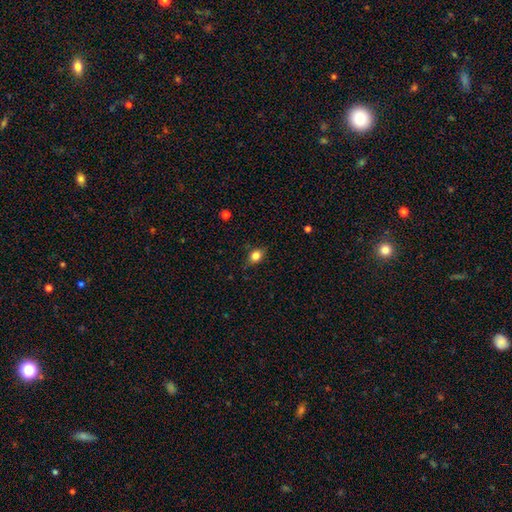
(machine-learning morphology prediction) The model was most divided on "how rounded": in between: 59%, round: 38%, cigar-shaped: 2%. More confident: smooth or featured — smooth (82%); merging — none (80%).